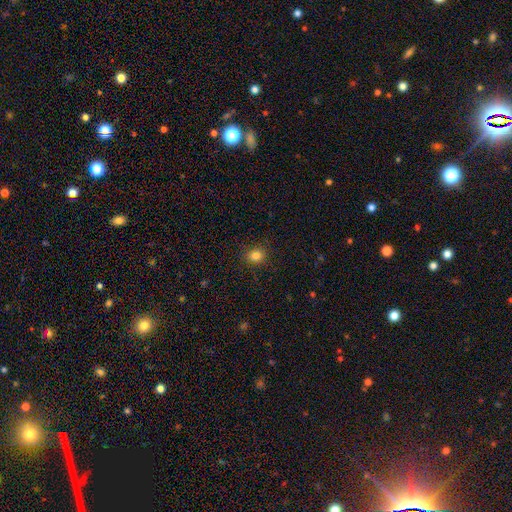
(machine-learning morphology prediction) smooth_or_featured: smooth (p=0.83) [alt: star or artifact p=0.12]
how_rounded: round (p=0.67) [alt: in between p=0.32]
merging: none (p=0.89) [alt: minor disturbance p=0.07]